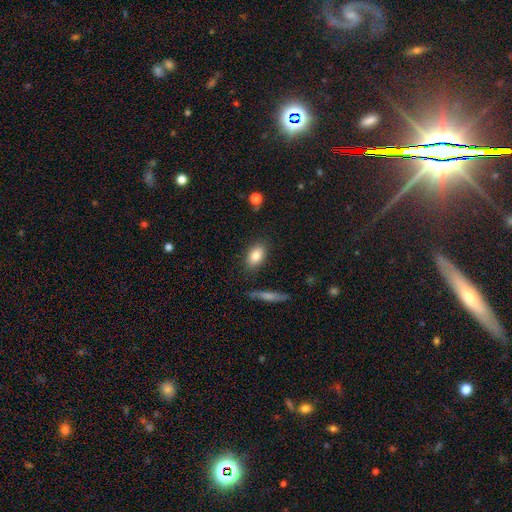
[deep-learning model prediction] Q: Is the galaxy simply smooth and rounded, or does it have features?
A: smooth — 83%.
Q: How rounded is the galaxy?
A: in between — 86%.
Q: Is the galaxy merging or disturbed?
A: none — 84%.